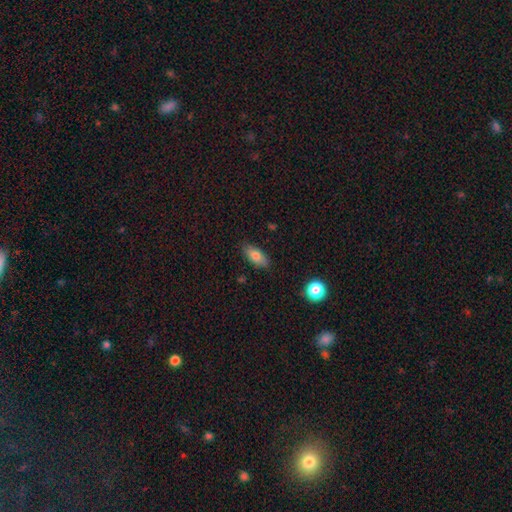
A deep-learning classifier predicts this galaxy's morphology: This appears to be a smooth galaxy with no disk features (78%) that is in between round and cigar-shaped (85%). Merging: none (85%).